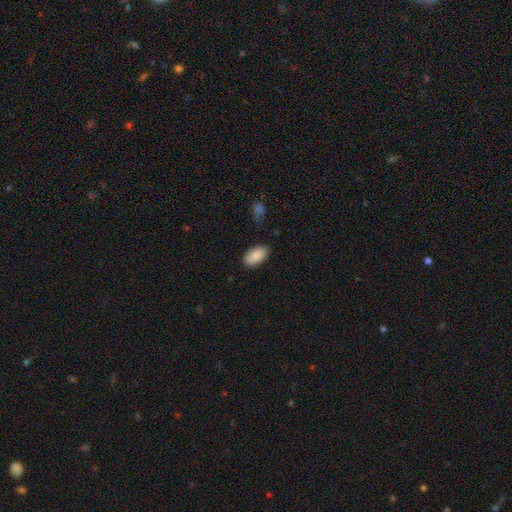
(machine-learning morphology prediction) smooth-or-featured: smooth: 89% | star or artifact: 6% | featured or disk: 5%
  how-rounded: in between: 95% | round: 3% | cigar-shaped: 2%
  merging: none: 83% | minor disturbance: 13% | major disturbance: 3% | merger: 2%